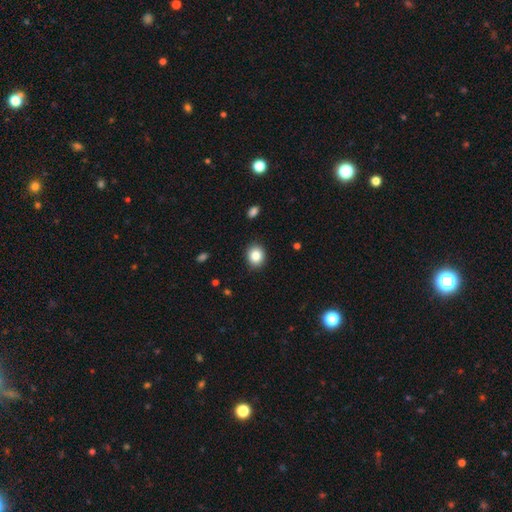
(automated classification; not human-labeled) smooth_or_featured: smooth (p=0.85) [alt: star or artifact p=0.09]
how_rounded: round (p=0.67) [alt: in between p=0.32]
merging: none (p=0.89) [alt: minor disturbance p=0.08]